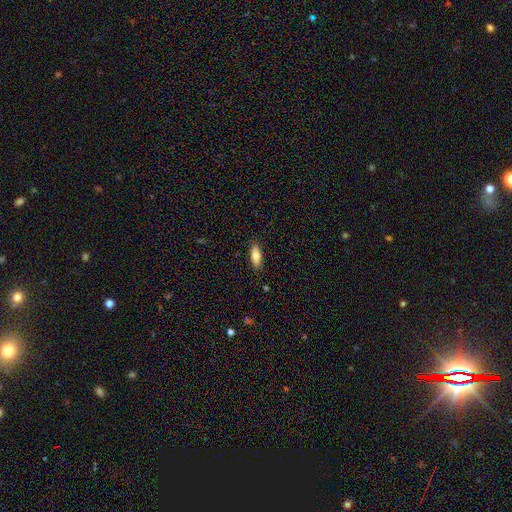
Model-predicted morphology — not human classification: This appears to be a smooth galaxy with no disk features (77%) that is in between round and cigar-shaped (73%). Merging: none (87%).